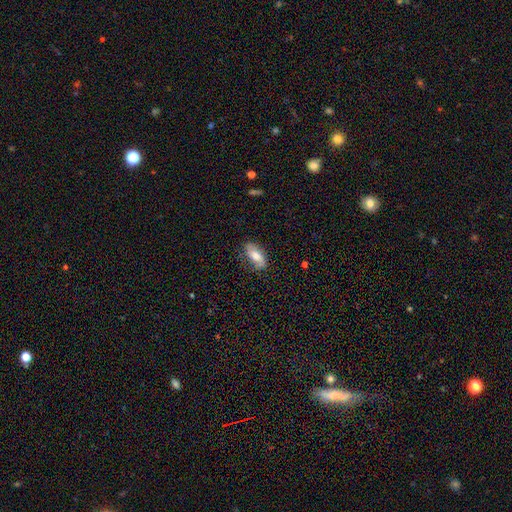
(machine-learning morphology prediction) This is likely a smooth galaxy (65%). How rounded: clearly in between (86%). Merging: likely none (75%).